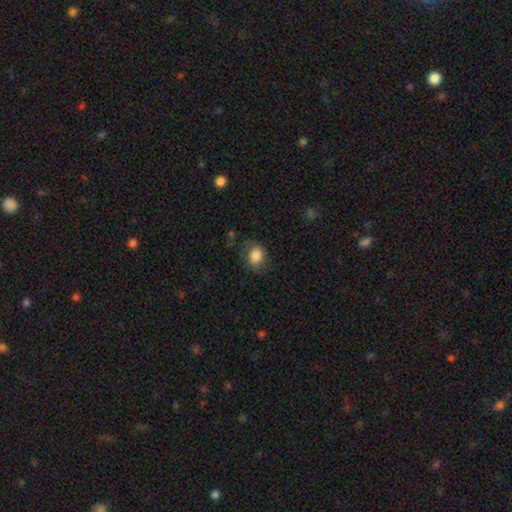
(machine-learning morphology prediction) A smooth galaxy with no disk features (83%) that is in between round and cigar-shaped (51%). Merging: none (67%).